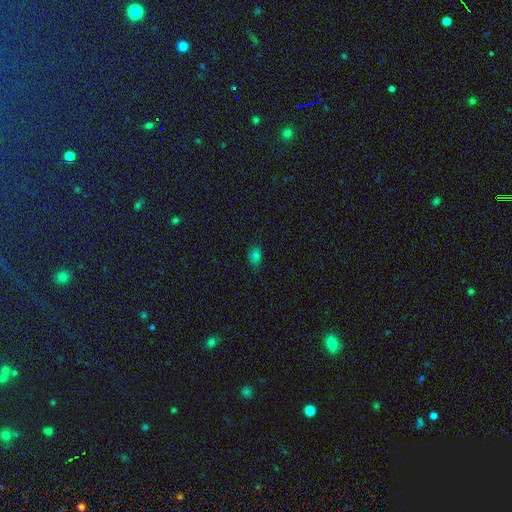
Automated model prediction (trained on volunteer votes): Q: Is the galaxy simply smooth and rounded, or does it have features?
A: smooth — 76%.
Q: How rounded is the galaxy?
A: in between — 73%.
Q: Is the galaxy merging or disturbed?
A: none — 80%.